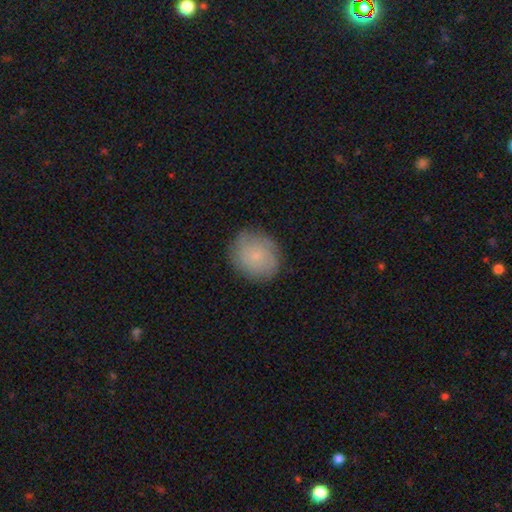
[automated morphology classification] Q: Smooth or featured?
A: smooth (68%); runner-up: featured or disk (24%)
Q: How rounded?
A: round (75%); runner-up: in between (24%)
Q: Merging?
A: none (82%); runner-up: minor disturbance (13%)